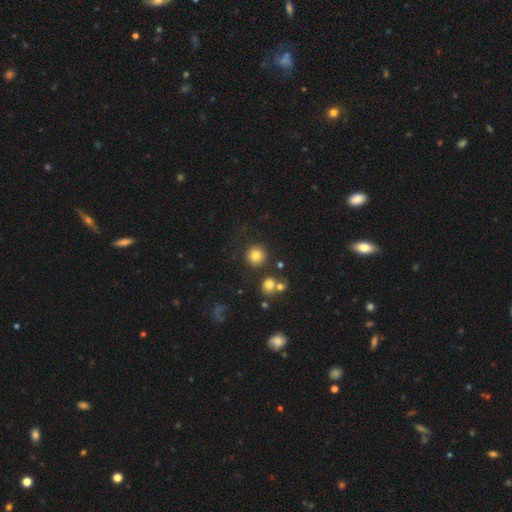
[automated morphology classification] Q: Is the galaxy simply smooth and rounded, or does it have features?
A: smooth — 81%.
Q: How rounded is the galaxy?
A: round — 93%.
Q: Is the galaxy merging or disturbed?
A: none — 84%.